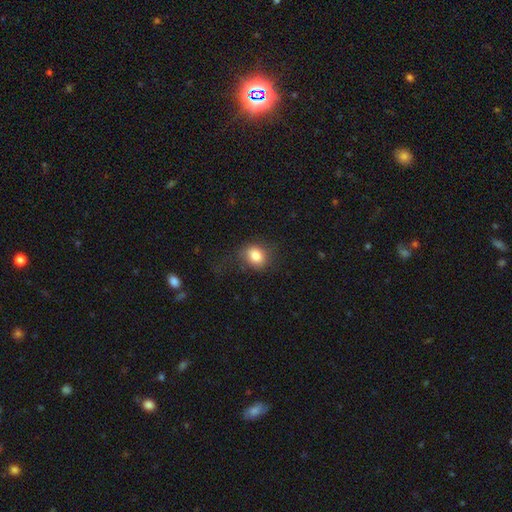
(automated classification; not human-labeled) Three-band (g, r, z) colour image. It shows a smooth galaxy with no disk features (83%) that is round (57%). Merging: none (73%).